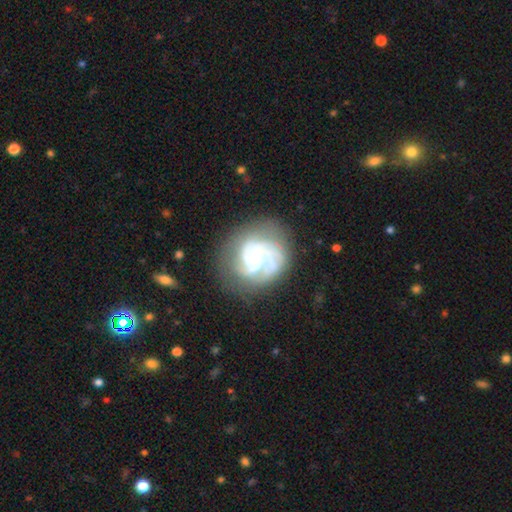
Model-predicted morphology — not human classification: Smooth or featured: featured or disk — 82% (smooth — 12%)
Edge-on disk: no — 98% (yes — 2%)
Bar: no — 74% (weak — 22%)
Spiral arms: yes — 92% (no — 8%)
Spiral winding: tight — 58% (medium — 33%)
Spiral arm count: 3 — 29% (2 — 27%)
Bulge size: moderate — 48% (small — 46%)
Merging: none — 62% (minor disturbance — 20%)